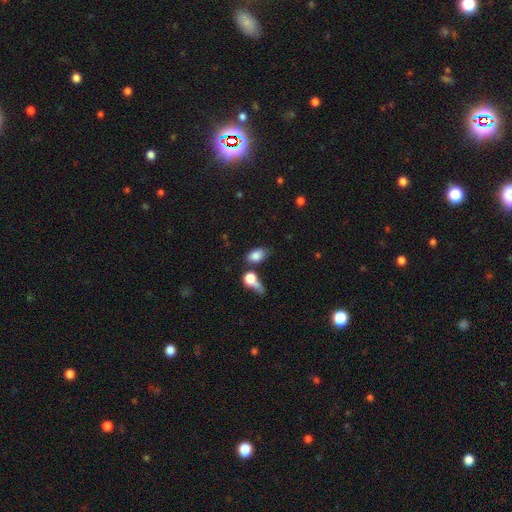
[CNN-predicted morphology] Q: Smooth or featured?
A: smooth (82%); runner-up: star or artifact (9%)
Q: How rounded?
A: in between (86%); runner-up: round (12%)
Q: Merging?
A: none (51%); runner-up: merger (23%)